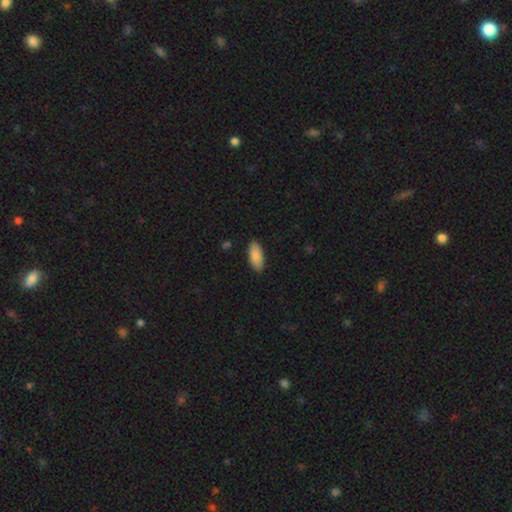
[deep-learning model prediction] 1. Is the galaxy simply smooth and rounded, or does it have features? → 88% smooth, 6% featured or disk, 6% star or artifact.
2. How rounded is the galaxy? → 86% in between, 12% cigar-shaped, 2% round.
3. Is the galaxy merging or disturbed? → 88% none, 9% minor disturbance, 2% major disturbance, 1% merger.